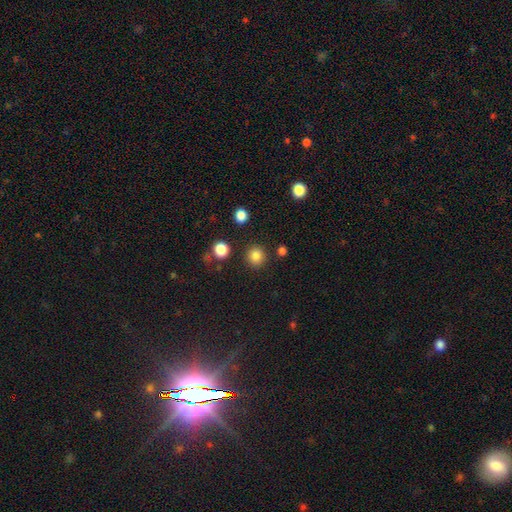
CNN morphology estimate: Smooth or featured? smooth (84%)
How rounded? round (92%)
Merging? none (88%)